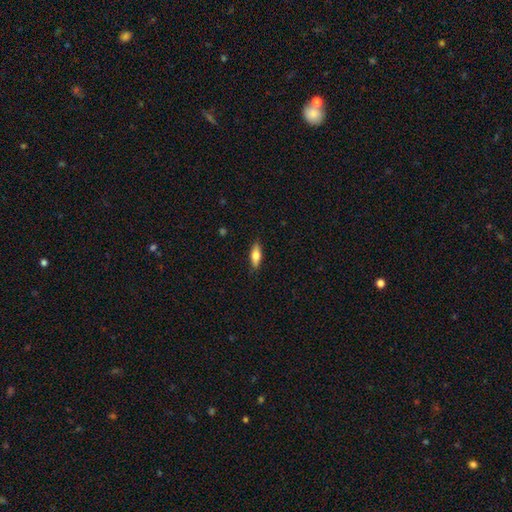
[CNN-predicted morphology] This is likely a smooth galaxy (65%). How rounded: possibly in between (60%). Merging: clearly none (88%).